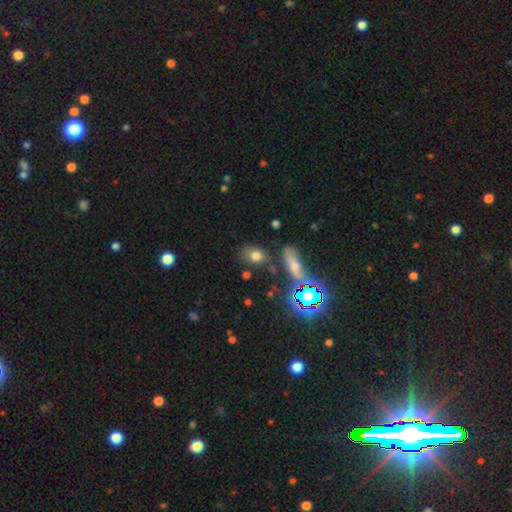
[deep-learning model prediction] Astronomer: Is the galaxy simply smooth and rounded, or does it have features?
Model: smooth — 73%.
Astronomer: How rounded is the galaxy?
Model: in between — 60% (runner-up: round, 36%).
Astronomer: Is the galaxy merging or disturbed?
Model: none — 73%.